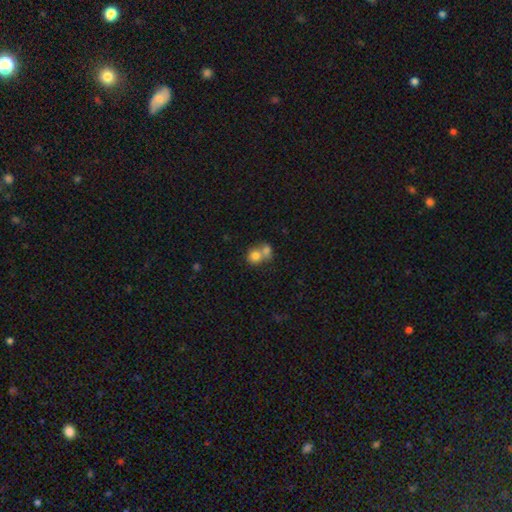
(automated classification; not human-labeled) smooth_or_featured: smooth (p=0.77) [alt: featured or disk p=0.13]
how_rounded: round (p=0.76) [alt: in between p=0.23]
merging: merger (p=0.61) [alt: none p=0.30]